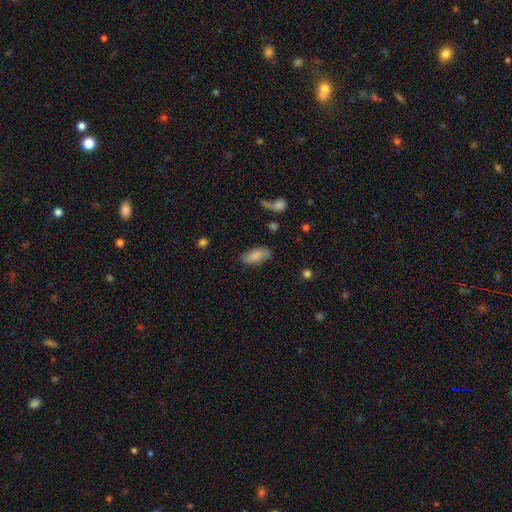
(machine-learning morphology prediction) Smooth or featured: smooth — 81% (featured or disk — 12%)
How rounded: in between — 88% (cigar-shaped — 10%)
Merging: none — 79% (minor disturbance — 15%)